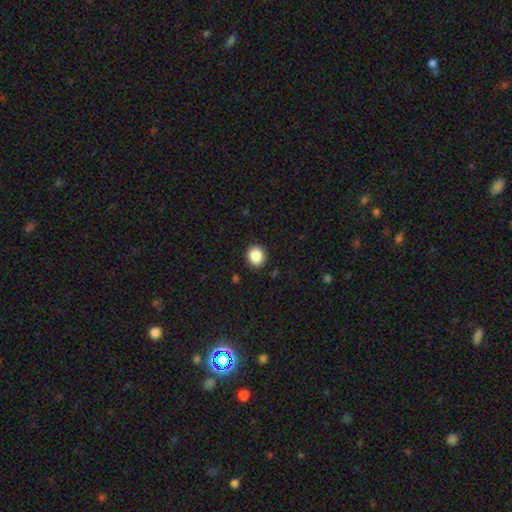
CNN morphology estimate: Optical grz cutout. It shows a smooth galaxy with no disk features (88%) that is round (84%). Merging: none (91%).